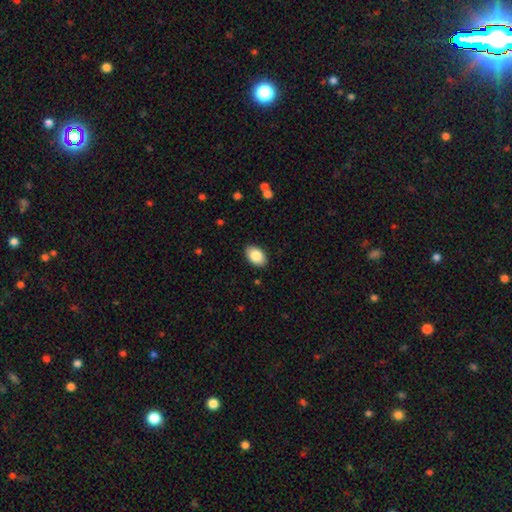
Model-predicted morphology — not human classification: Smooth or featured?
  - smooth: 85% *
  - featured or disk: 8%
  - star or artifact: 7%
How rounded?
  - in between: 89% *
  - round: 10%
  - cigar-shaped: 1%
Merging?
  - none: 88% *
  - minor disturbance: 9%
  - major disturbance: 2%
  - merger: 1%